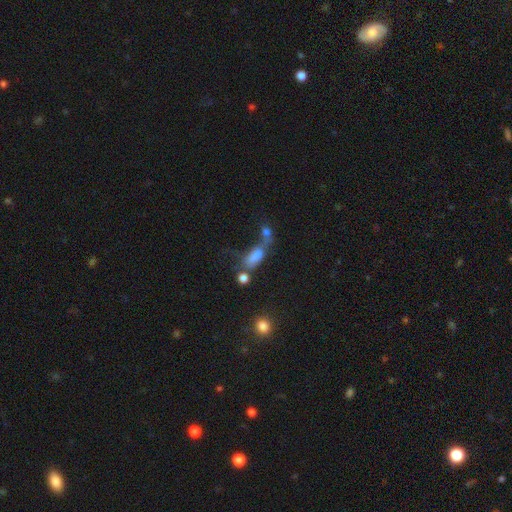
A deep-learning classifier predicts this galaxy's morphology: Smooth or featured? smooth (62%)
How rounded? in between (67%)
Merging? merger (45%)